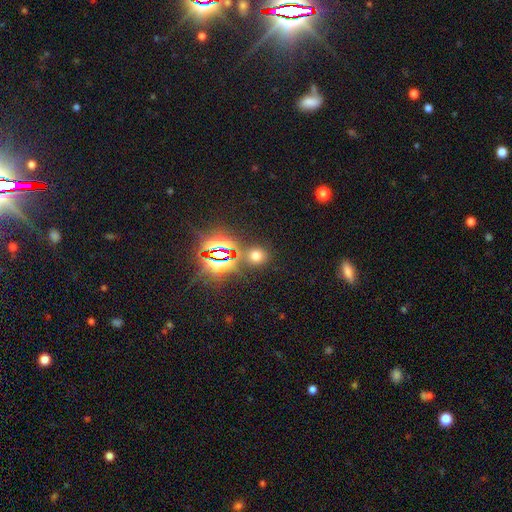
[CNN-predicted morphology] This is possibly a smooth galaxy (57%). How rounded: likely round (78%). Merging: clearly none (81%).